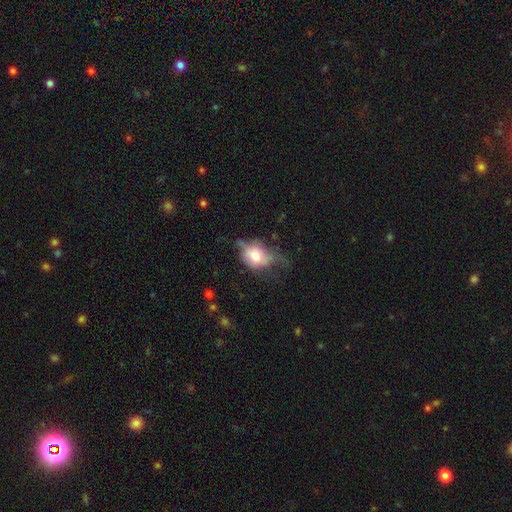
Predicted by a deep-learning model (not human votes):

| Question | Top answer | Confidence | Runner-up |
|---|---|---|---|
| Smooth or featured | smooth | 53% | featured or disk (37%) |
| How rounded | in between | 58% | round (39%) |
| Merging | major disturbance | 35% | none (32%) |